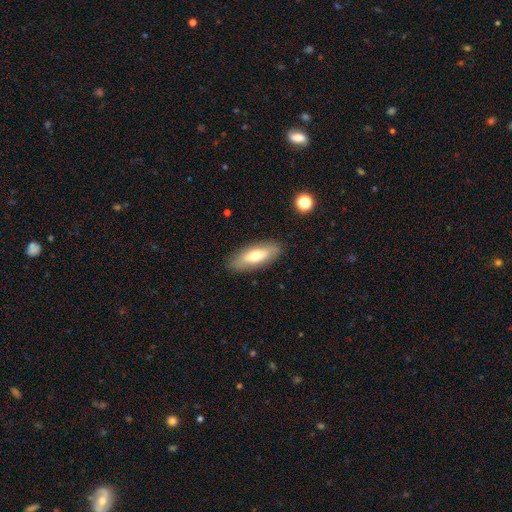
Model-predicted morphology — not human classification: This appears to be a smooth galaxy with no disk features (64%) that is in between round and cigar-shaped (70%). Merging: none (86%).